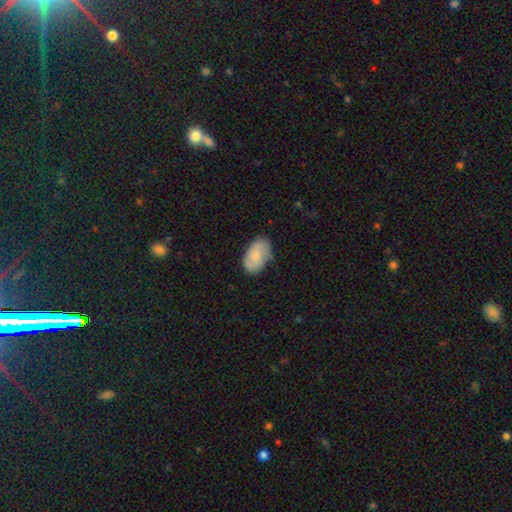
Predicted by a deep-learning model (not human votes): Smooth or featured: smooth — 74% (featured or disk — 20%)
How rounded: in between — 92% (round — 6%)
Merging: none — 67% (minor disturbance — 26%)